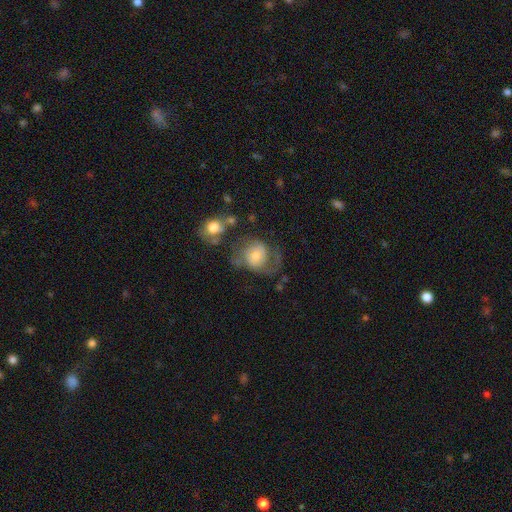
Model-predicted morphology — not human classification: The model was most divided on "merging": major disturbance: 36%, none: 35%, minor disturbance: 21%, merger: 9%. Remaining: edge-on disk — no (97%); spiral arms — yes (75%); bar — no (73%); smooth or featured — featured or disk (53%); bulge size — moderate (48%).